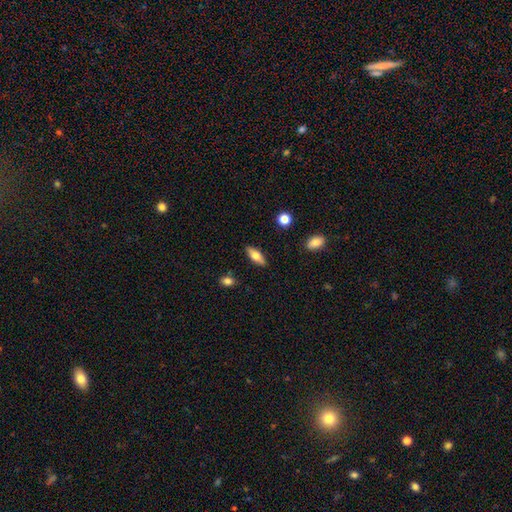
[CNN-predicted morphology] Overall: smooth (61%; featured or disk 32%). How rounded: in between (68%; cigar-shaped 29%). Merging: none (87%).